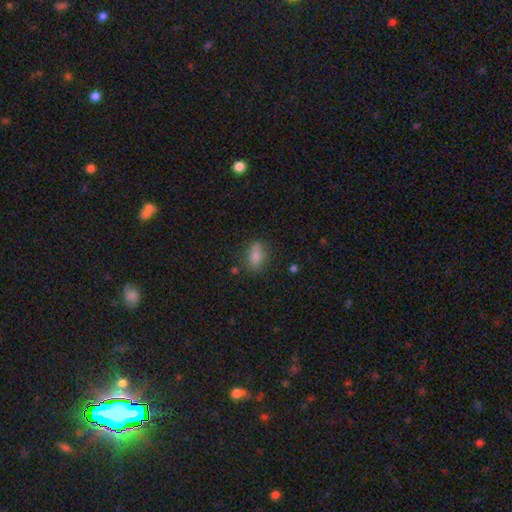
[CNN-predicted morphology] Overall: smooth (83%). How rounded: in between (84%). Merging: none (73%).